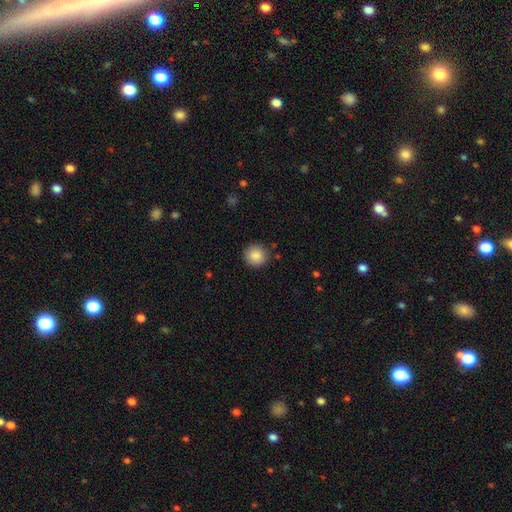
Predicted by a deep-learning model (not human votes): Smooth or featured? smooth (87%)
How rounded? round (94%)
Merging? none (89%)